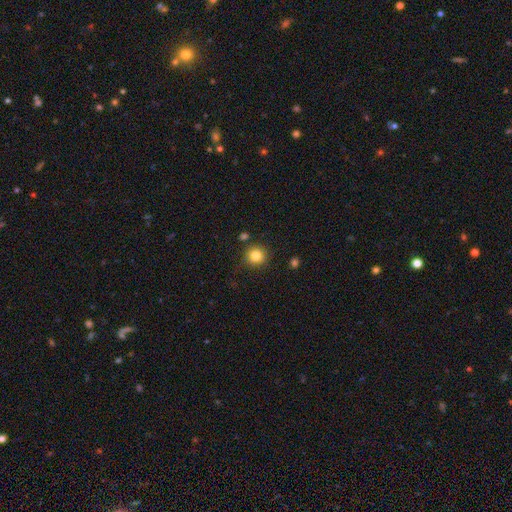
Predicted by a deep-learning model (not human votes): Smooth or featured? Predicted: smooth (p=0.84). How rounded? Predicted: round (p=0.91). Merging? Predicted: none (p=0.84).